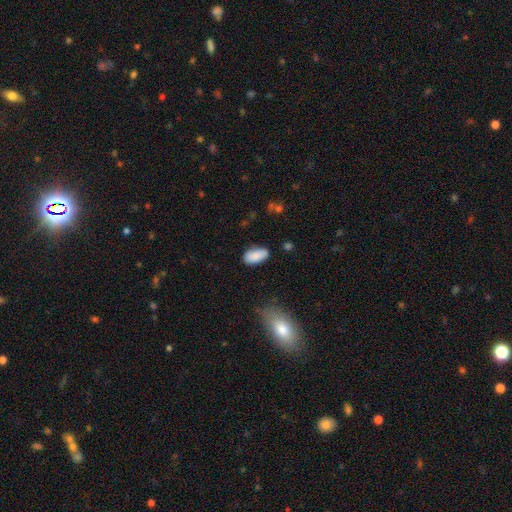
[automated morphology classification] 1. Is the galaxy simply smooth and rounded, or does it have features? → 88% smooth, 7% star or artifact, 6% featured or disk.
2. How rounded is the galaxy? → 94% in between, 4% cigar-shaped, 2% round.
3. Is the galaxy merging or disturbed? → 78% none, 17% minor disturbance, 3% major disturbance, 2% merger.